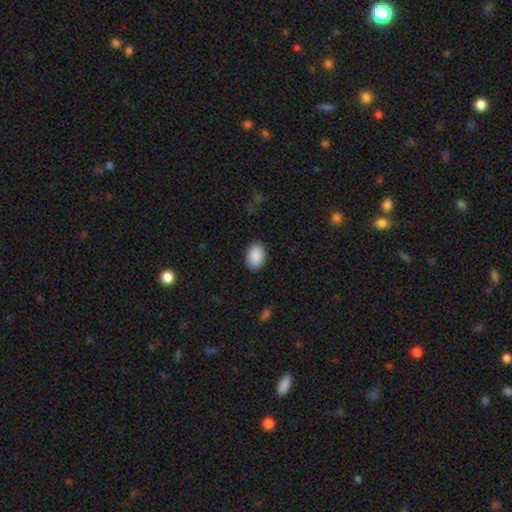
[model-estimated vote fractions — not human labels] Overall: smooth (90%). How rounded: in between (85%). Merging: none (89%).